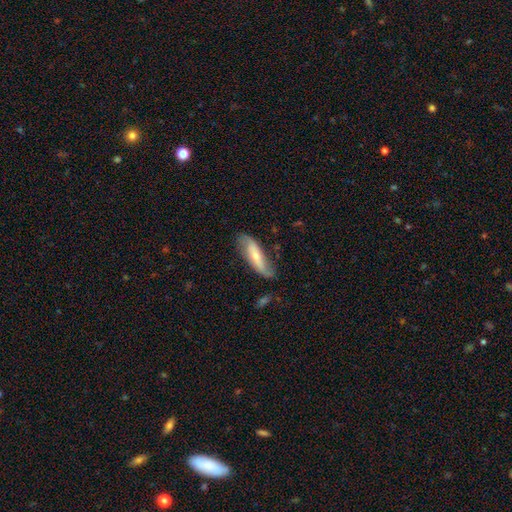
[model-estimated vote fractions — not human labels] Overall: featured or disk (48%; smooth 46%). Merging: none (66%).